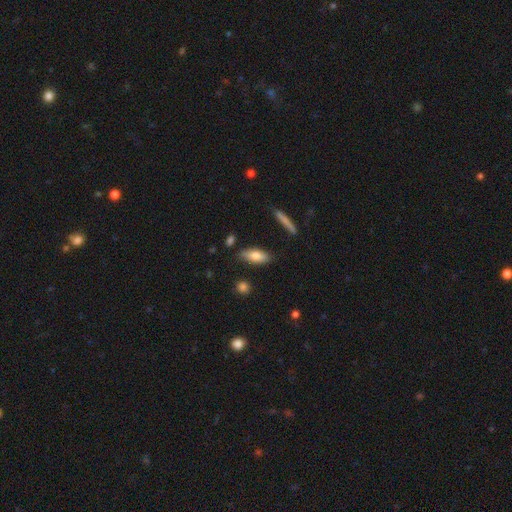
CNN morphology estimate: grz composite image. It shows a smooth galaxy with no disk features (76%) that is in between round and cigar-shaped (69%). Merging: none (81%).